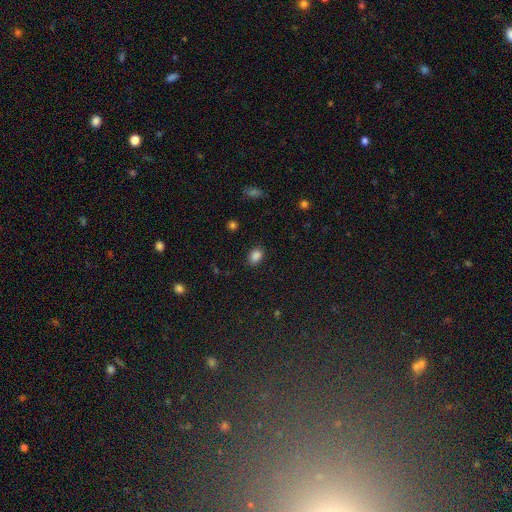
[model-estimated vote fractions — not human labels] smooth 85%, star or artifact 11%, featured or disk 4%. Down the decision tree: how rounded — in between (73%); merging — none (85%).